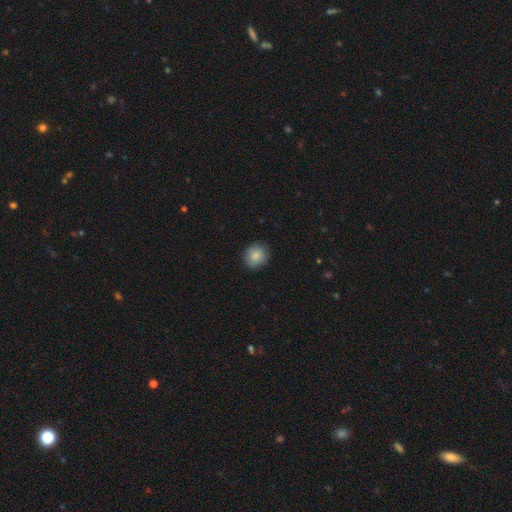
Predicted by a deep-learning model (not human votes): Smooth or featured? smooth (85%)
How rounded? round (84%)
Merging? none (88%)